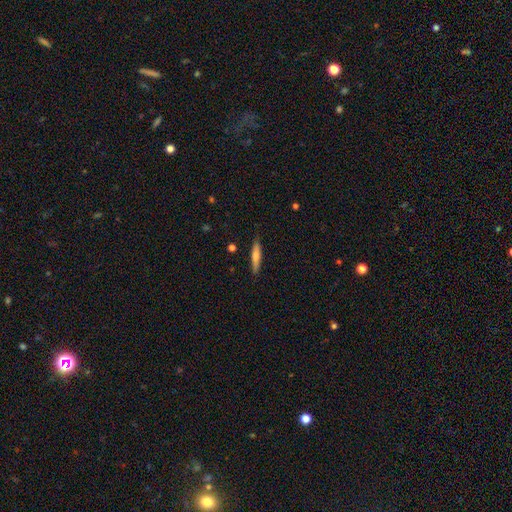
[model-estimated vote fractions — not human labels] A smooth galaxy with no disk features (58%) that is cigar-shaped (88%). Merging: none (86%).